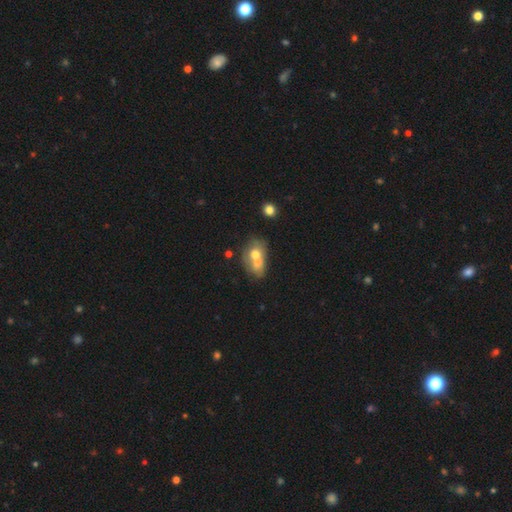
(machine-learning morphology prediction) Smooth or featured: smooth — 61% (featured or disk — 28%)
How rounded: in between — 63% (round — 34%)
Merging: merger — 65% (none — 19%)